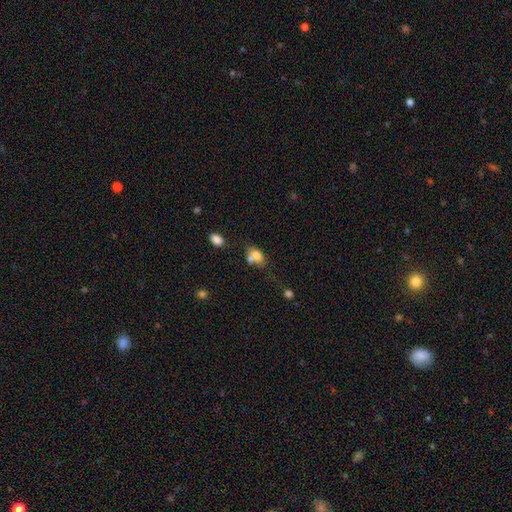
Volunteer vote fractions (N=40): Volunteers were most divided on "merging": none: 47%, merger: 22%, major disturbance: 17%, minor disturbance: 14%. More confident: how rounded — in between (93%); smooth or featured — smooth (72%).